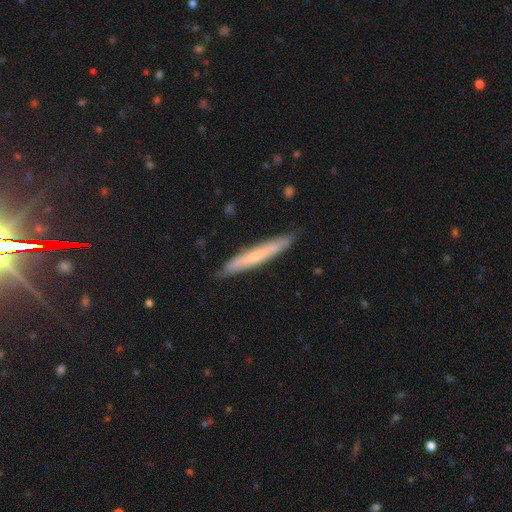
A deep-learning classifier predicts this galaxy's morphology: smooth_or_featured: smooth (p=0.59) [alt: featured or disk p=0.36]
how_rounded: cigar-shaped (p=0.96) [alt: in between p=0.03]
merging: none (p=0.88) [alt: minor disturbance p=0.09]